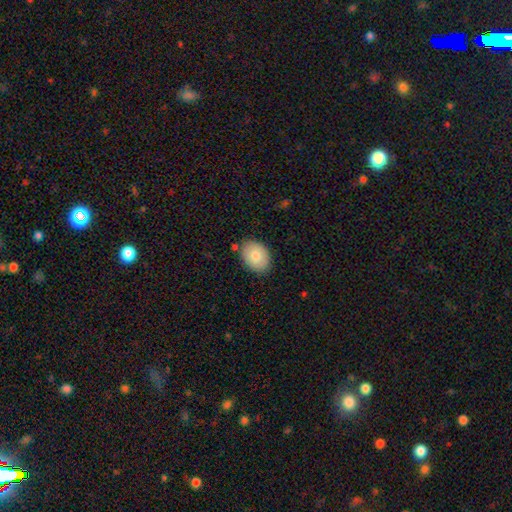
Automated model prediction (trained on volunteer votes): A smooth galaxy with no disk features (79%) that is in between round and cigar-shaped (75%). Merging: none (83%).